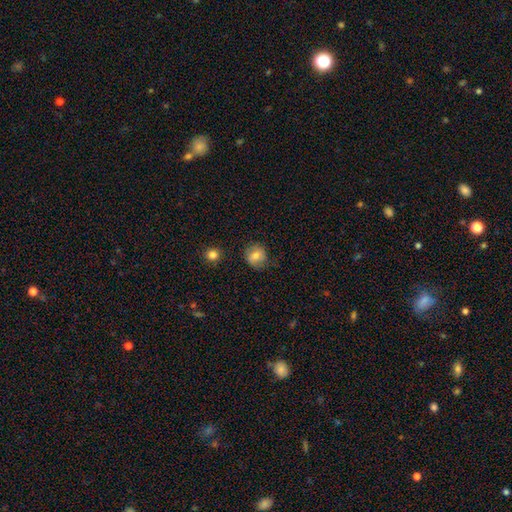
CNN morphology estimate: type=smooth (76%); roundness=round (84%); merging=none (79%).